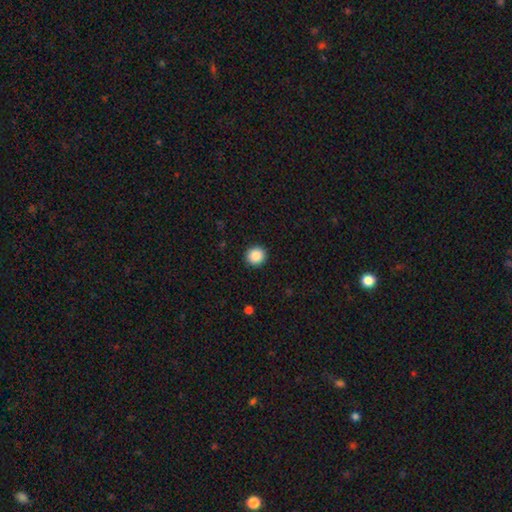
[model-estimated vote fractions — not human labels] The model was most divided on "smooth or featured": smooth: 88%, star or artifact: 9%, featured or disk: 3%. More confident: merging — none (93%); how rounded — round (91%).